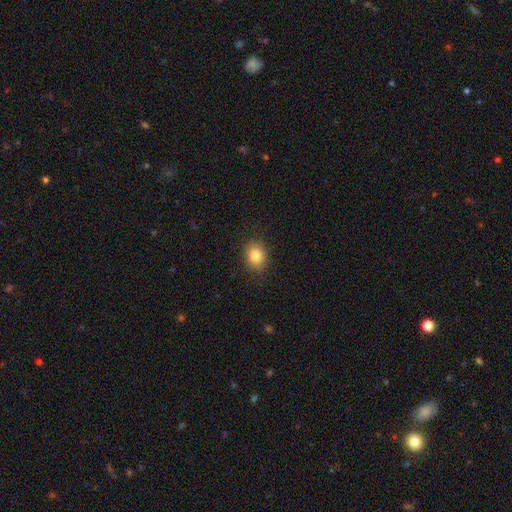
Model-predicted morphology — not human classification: Smooth or featured? smooth (83%)
How rounded? round (51%)
Merging? none (88%)